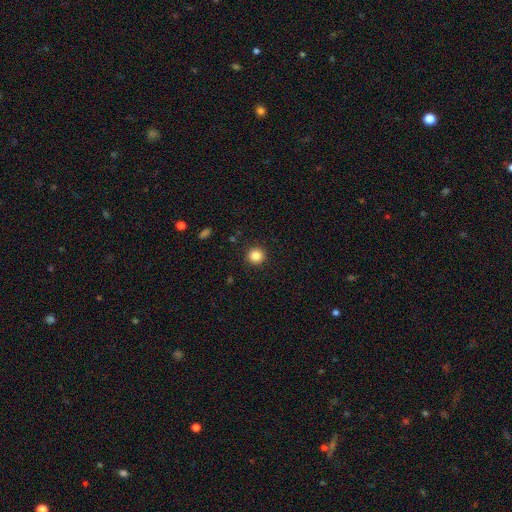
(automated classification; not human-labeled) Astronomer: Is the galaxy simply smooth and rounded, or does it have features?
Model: smooth — 85%.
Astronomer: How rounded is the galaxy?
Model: round — 94%.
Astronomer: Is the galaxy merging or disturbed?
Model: none — 92%.